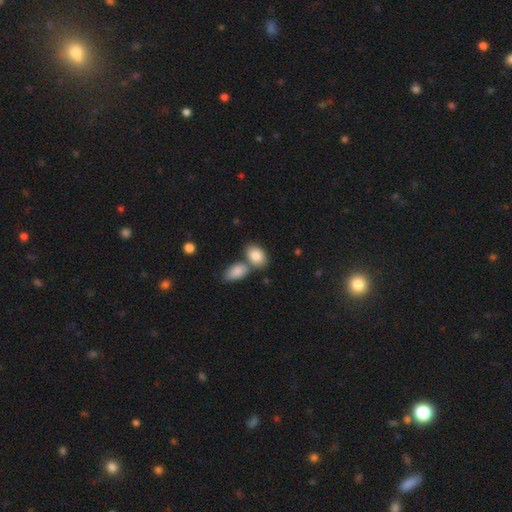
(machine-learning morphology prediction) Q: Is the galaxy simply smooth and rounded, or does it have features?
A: smooth — 86%.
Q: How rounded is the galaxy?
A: in between — 87%.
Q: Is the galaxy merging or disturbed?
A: none — 45%.